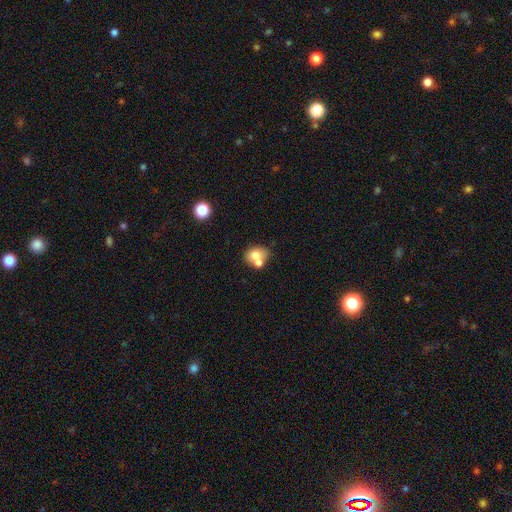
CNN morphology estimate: This appears to be a smooth galaxy with no disk features (70%) that is round (54%). Merging: merger (47%).